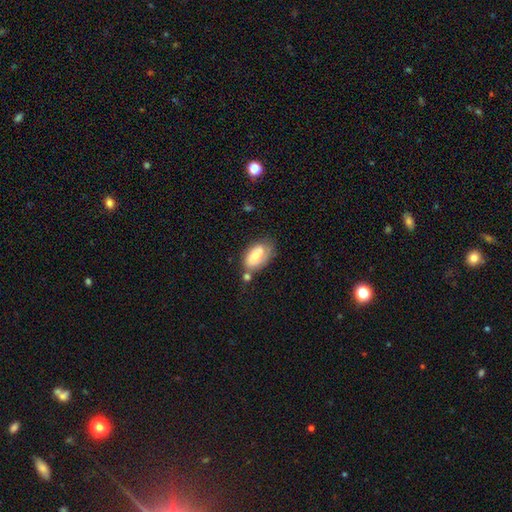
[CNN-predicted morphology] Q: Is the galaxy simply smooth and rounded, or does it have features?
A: smooth — 56%.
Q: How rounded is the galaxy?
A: in between — 92%.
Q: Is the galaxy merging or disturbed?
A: none — 49%.